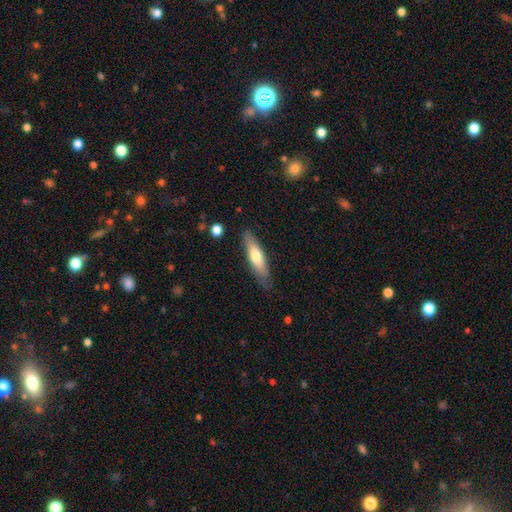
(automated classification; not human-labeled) smooth 60%, featured or disk 34%, star or artifact 6%. Down the decision tree: how rounded — cigar-shaped (68%); merging — none (81%).